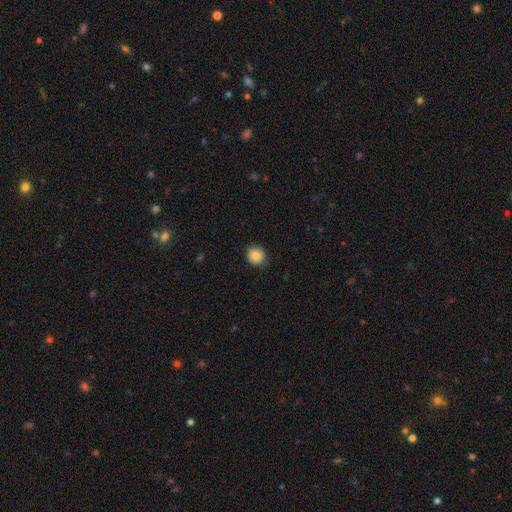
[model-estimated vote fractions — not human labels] Smooth or featured: smooth — 86% (star or artifact — 9%)
How rounded: round — 87% (in between — 12%)
Merging: none — 89% (minor disturbance — 8%)